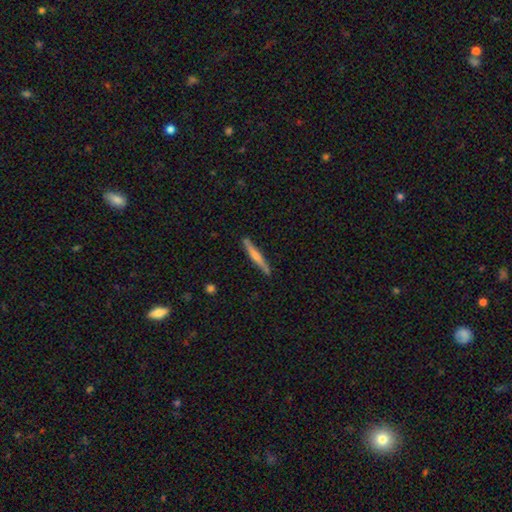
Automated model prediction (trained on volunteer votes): smooth-or-featured: smooth: 56% | featured or disk: 39% | star or artifact: 5%
  how-rounded: cigar-shaped: 95% | in between: 3% | round: 1%
  merging: none: 85% | minor disturbance: 11% | merger: 2% | major disturbance: 2%